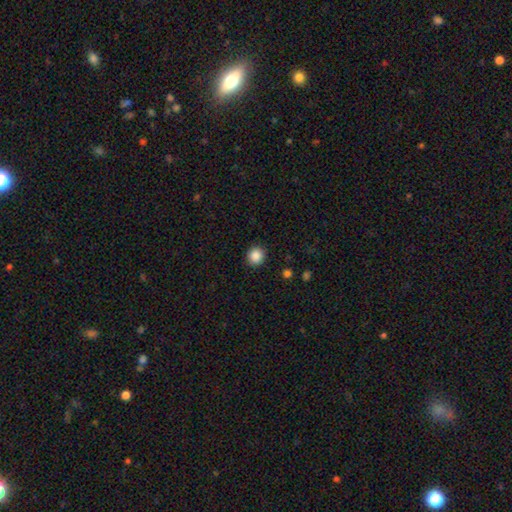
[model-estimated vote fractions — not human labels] Morphology: type=smooth (87%); roundness=round (88%); merging=none (91%).